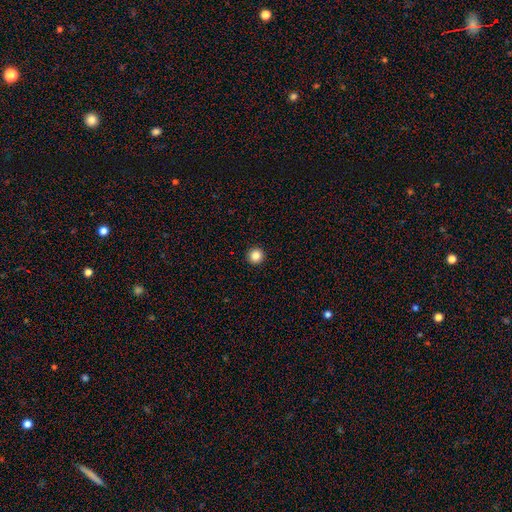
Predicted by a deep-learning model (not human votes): A smooth galaxy with no disk features (84%) that is round (96%). Merging: none (94%).